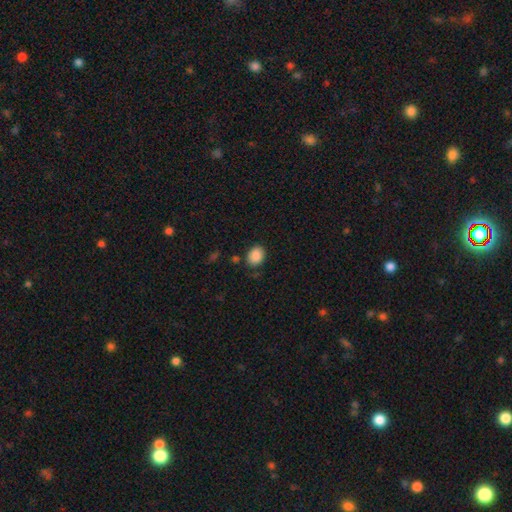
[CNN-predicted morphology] type=smooth (88%); roundness=in between (61%); merging=none (81%).